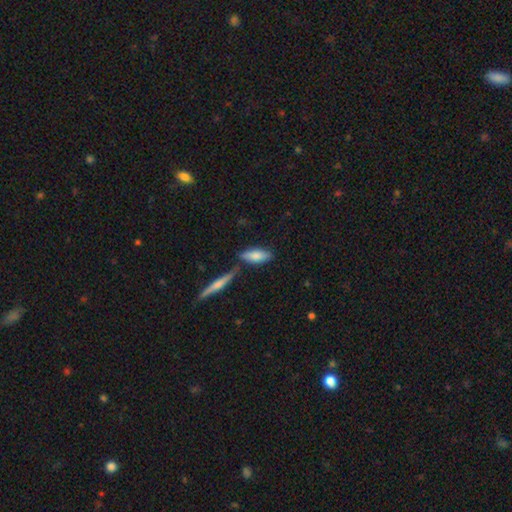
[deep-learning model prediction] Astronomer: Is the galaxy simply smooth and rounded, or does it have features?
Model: smooth — 74%.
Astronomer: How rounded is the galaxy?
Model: in between — 60% (runner-up: cigar-shaped, 37%).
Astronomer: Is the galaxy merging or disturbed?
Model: none — 66%.